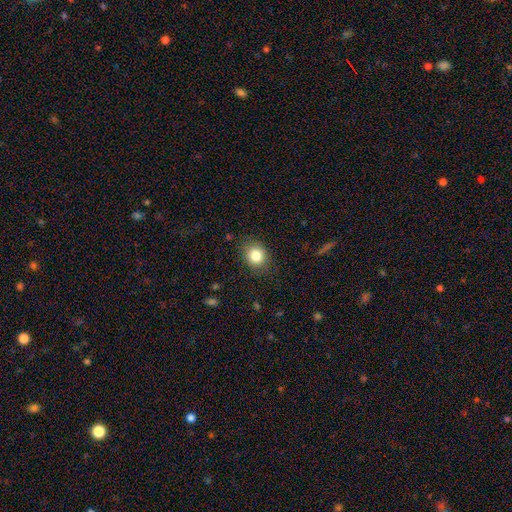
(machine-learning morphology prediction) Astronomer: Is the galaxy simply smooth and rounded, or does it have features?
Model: smooth — 83%.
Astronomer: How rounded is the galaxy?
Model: round — 69%.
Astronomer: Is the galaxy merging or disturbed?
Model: none — 83%.